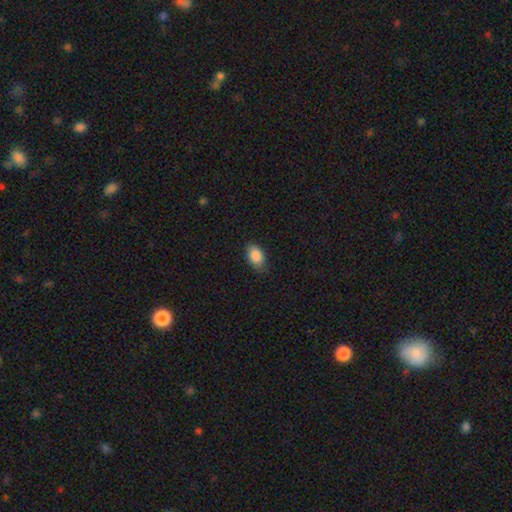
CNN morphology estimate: Overall: smooth (88%). How rounded: in between (89%). Merging: none (81%).